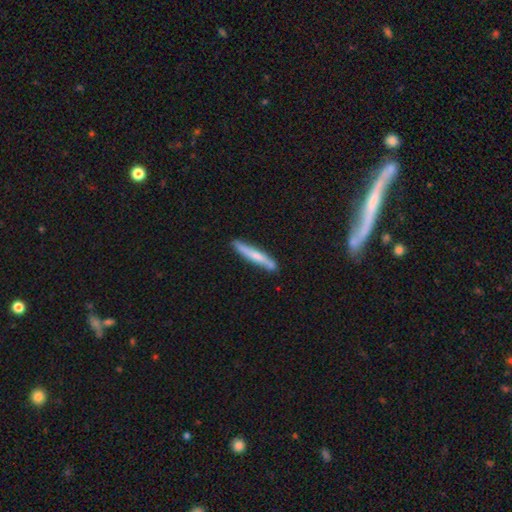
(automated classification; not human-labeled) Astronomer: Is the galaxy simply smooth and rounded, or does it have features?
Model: smooth — 58% (runner-up: featured or disk, 36%).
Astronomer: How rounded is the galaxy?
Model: cigar-shaped — 95%.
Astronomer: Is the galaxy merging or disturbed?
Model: none — 78%.